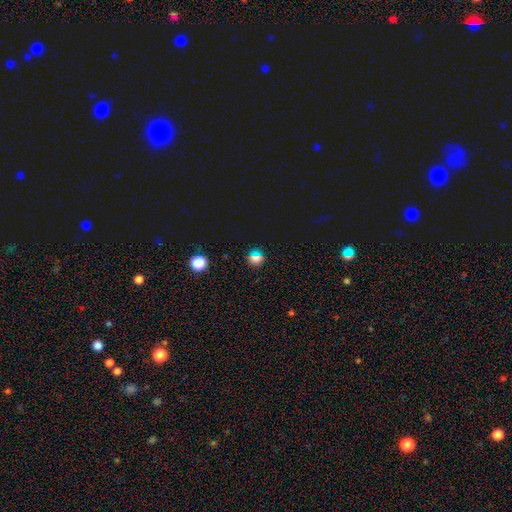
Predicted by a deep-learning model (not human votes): Smooth or featured: smooth — 56% (star or artifact — 36%)
How rounded: round — 83% (in between — 14%)
Merging: none — 88% (minor disturbance — 7%)